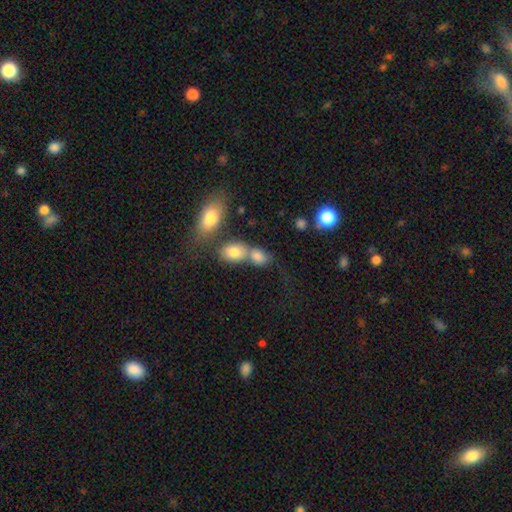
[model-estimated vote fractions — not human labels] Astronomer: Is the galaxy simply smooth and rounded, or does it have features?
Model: smooth — 74%.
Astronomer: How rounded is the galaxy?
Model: in between — 61%.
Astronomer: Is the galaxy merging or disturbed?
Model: merger — 52% (runner-up: none, 31%).